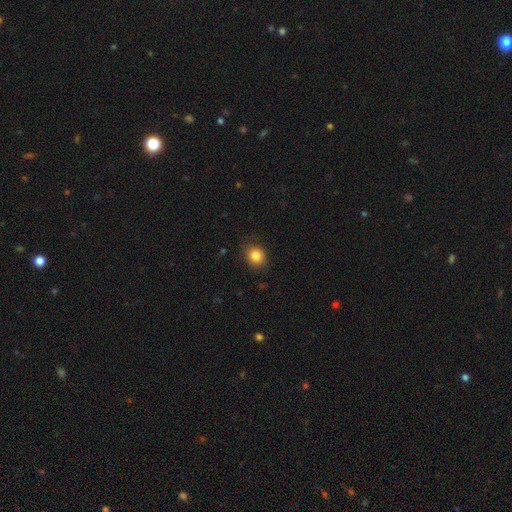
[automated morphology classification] Smooth or featured? smooth (84%)
How rounded? round (75%)
Merging? none (85%)